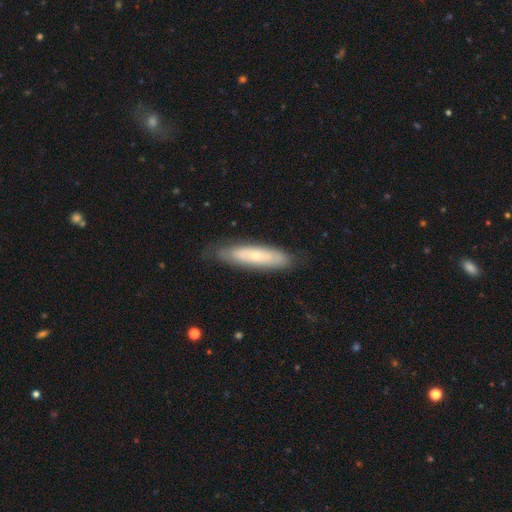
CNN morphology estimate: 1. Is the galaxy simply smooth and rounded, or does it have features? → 50% smooth, 44% featured or disk, 6% star or artifact.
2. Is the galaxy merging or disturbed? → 79% none, 16% minor disturbance, 4% major disturbance, 1% merger.